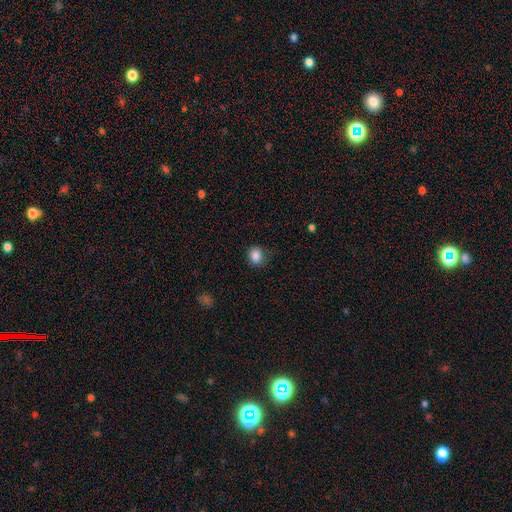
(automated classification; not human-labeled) Overall: smooth (86%). How rounded: round (66%; in between 33%). Merging: none (78%).